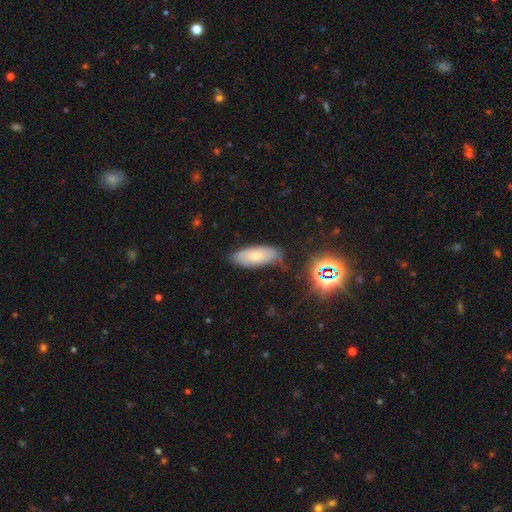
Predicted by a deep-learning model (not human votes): The model was most divided on "smooth or featured": smooth: 62%, featured or disk: 26%, star or artifact: 12%. More confident: how rounded — in between (75%); merging — none (73%).